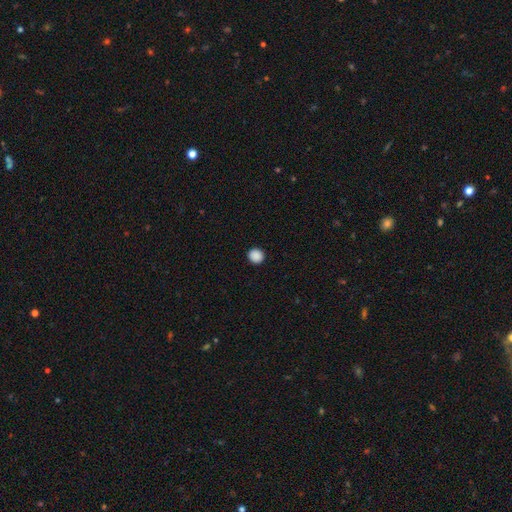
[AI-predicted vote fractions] A smooth galaxy with no disk features (89%) that is round (91%).

Vote fractions:
- Smooth or featured? smooth: 89% / star or artifact: 9% / featured or disk: 2%
- How rounded? round: 91% / in between: 8% / cigar-shaped: 1%
- Merging? none: 93% / minor disturbance: 4% / major disturbance: 1% / merger: 1%